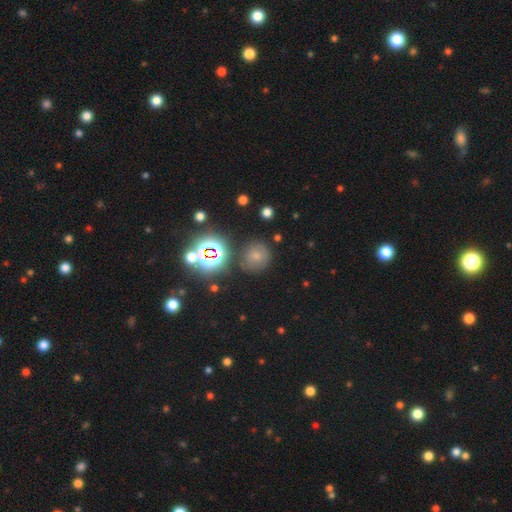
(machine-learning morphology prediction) Overall: smooth (63%; star or artifact 24%). How rounded: round (88%). Merging: none (77%).